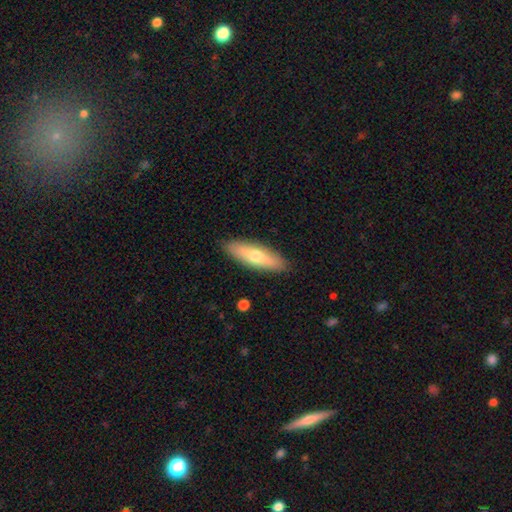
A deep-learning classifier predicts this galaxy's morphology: smooth_or_featured: smooth (p=0.60) [alt: featured or disk p=0.35]
how_rounded: cigar-shaped (p=0.52) [alt: in between p=0.46]
merging: none (p=0.89) [alt: minor disturbance p=0.08]